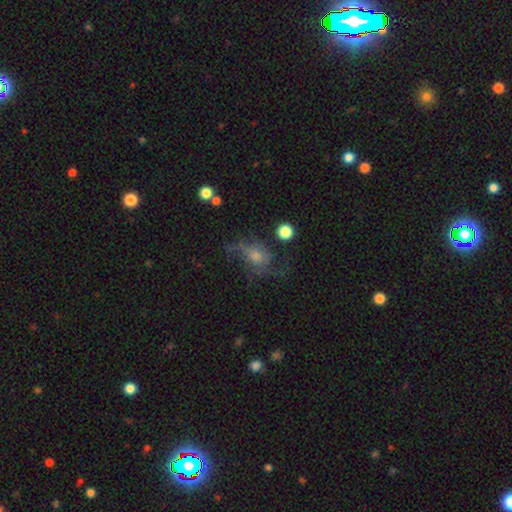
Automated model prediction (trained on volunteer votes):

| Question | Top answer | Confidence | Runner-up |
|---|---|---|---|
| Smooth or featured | featured or disk | 59% | smooth (25%) |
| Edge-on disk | no | 95% | yes (5%) |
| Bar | no | 70% | weak (26%) |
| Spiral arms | yes | 80% | no (20%) |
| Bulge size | moderate | 44% | small (36%) |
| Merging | none | 47% | major disturbance (29%) |